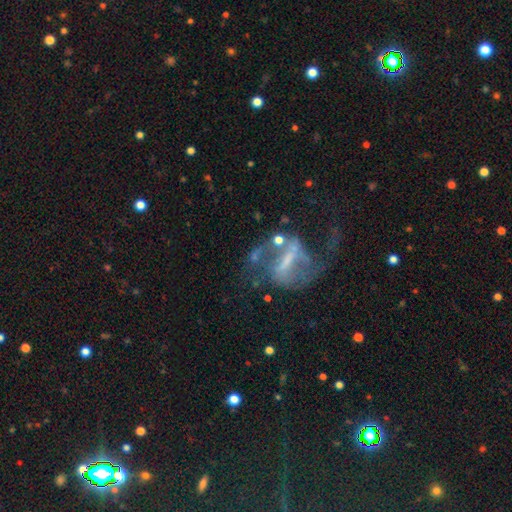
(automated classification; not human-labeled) A featured or disk galaxy (77%) with a strong bar (61%), 2 (81%) loose (54%) spiral arms (76%) and no central bulge (42%). Merging: none (42%).